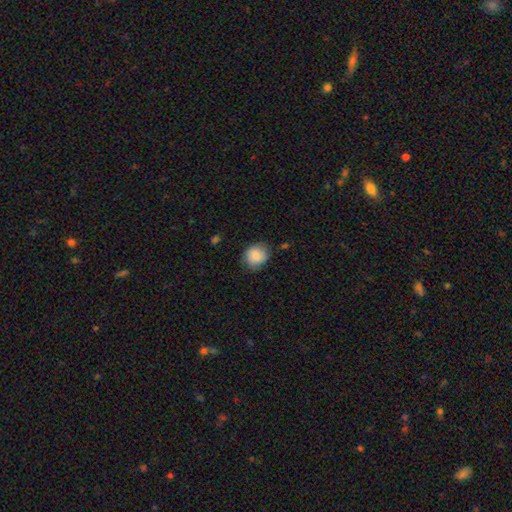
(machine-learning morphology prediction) This is clearly a smooth galaxy (86%). How rounded: likely round (71%). Merging: likely none (77%).